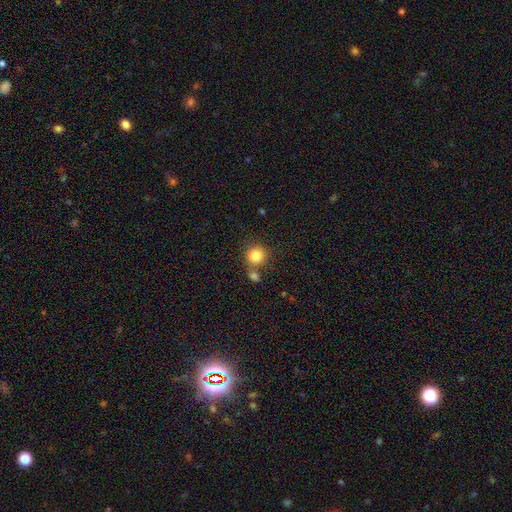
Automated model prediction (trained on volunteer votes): Overall: smooth (83%). How rounded: round (90%). Merging: none (66%).